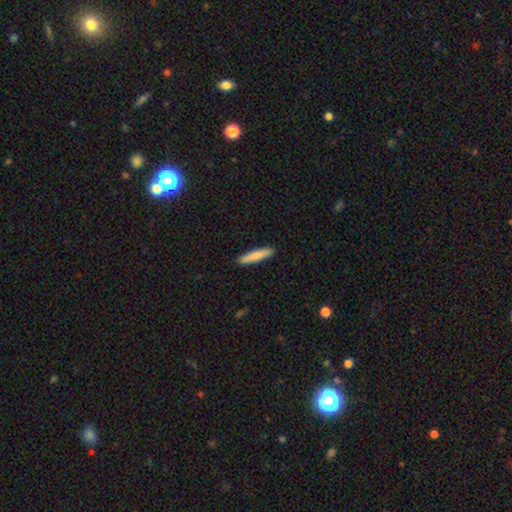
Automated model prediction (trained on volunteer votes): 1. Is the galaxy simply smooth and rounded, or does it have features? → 80% smooth, 15% featured or disk, 5% star or artifact.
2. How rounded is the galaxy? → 90% cigar-shaped, 8% in between, 1% round.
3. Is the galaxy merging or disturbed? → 91% none, 6% minor disturbance, 1% major disturbance, 1% merger.